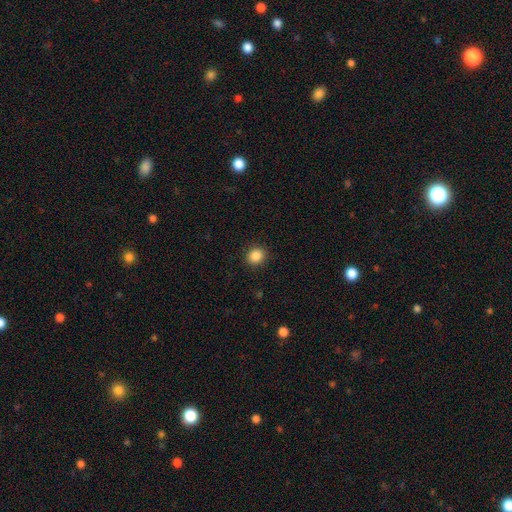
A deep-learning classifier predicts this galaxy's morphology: type=smooth (87%); roundness=round (82%); merging=none (91%).